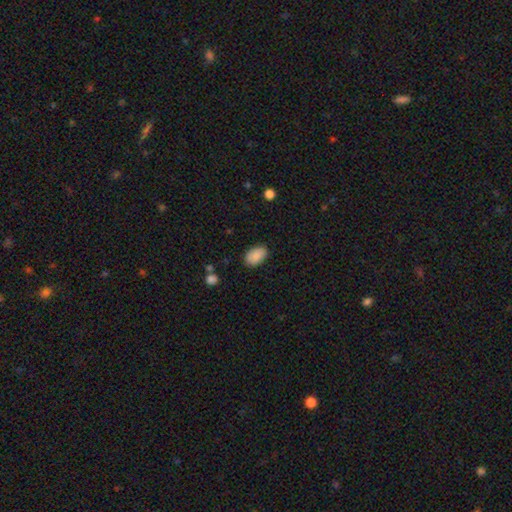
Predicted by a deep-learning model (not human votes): A smooth galaxy with no disk features (89%) that is in between round and cigar-shaped (91%).

Vote fractions:
- Smooth or featured? smooth: 89% / star or artifact: 7% / featured or disk: 4%
- How rounded? in between: 91% / round: 8% / cigar-shaped: 1%
- Merging? none: 84% / minor disturbance: 12% / major disturbance: 3% / merger: 1%